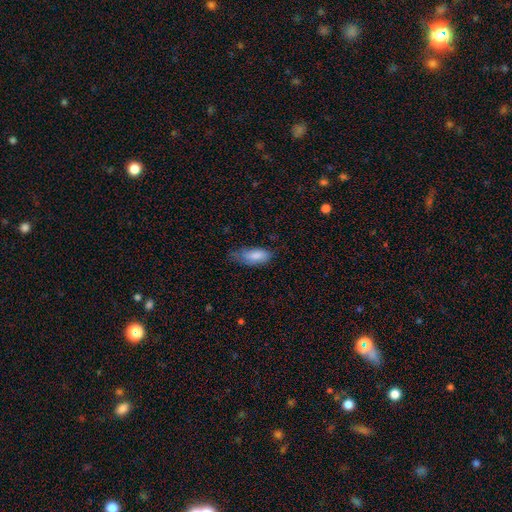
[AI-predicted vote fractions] A smooth galaxy with no disk features (83%) that is in between round and cigar-shaped (85%).

Vote fractions:
- Smooth or featured? smooth: 83% / featured or disk: 11% / star or artifact: 6%
- How rounded? in between: 85% / cigar-shaped: 13% / round: 2%
- Merging? none: 44% / minor disturbance: 41% / major disturbance: 13% / merger: 2%